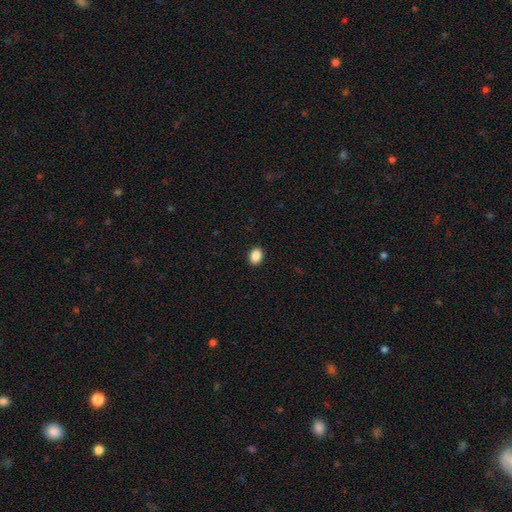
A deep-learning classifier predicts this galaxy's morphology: A smooth galaxy with no disk features (88%) that is in between round and cigar-shaped (70%). Merging: none (91%).